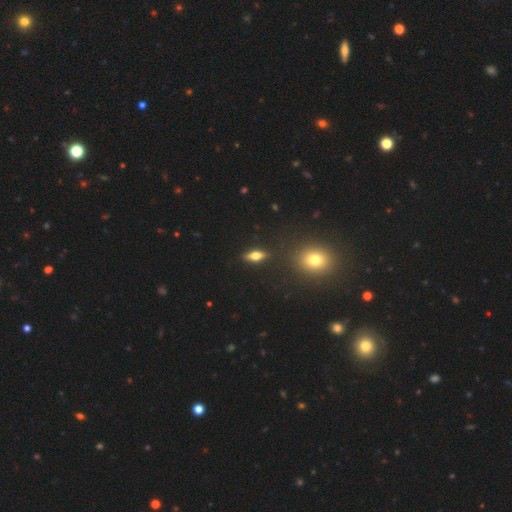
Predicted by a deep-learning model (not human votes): This appears to be a smooth galaxy with no disk features (48%). Merging: none (87%).